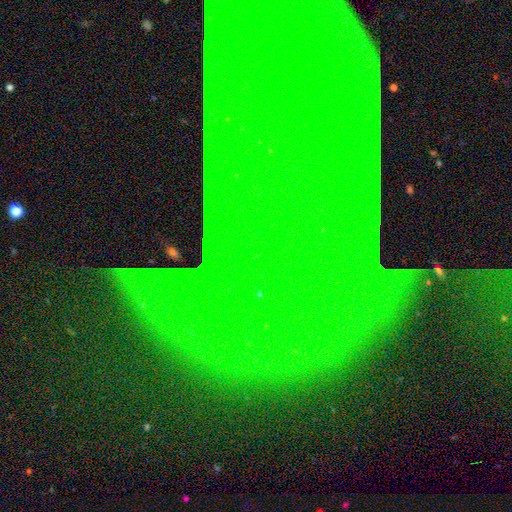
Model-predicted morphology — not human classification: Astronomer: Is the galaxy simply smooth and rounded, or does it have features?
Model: star or artifact — 84%.